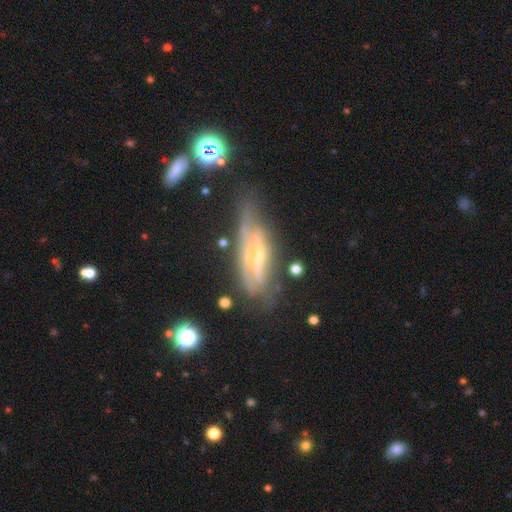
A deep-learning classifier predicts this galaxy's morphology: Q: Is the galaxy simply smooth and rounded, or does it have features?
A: featured or disk — 73%.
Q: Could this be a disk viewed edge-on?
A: yes — 61%.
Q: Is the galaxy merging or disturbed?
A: none — 53%.